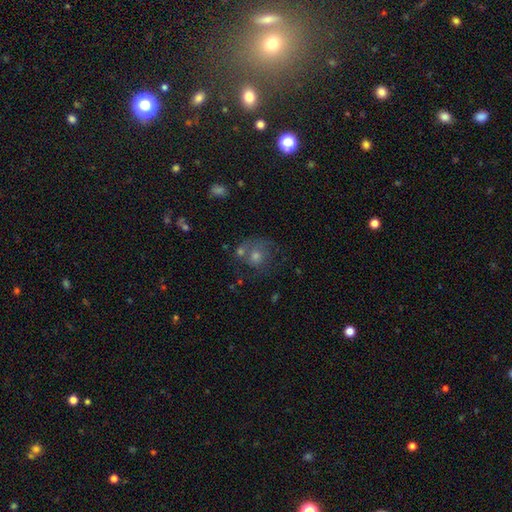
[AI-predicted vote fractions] A smooth galaxy with no disk features (41%). Merging: none (54%).